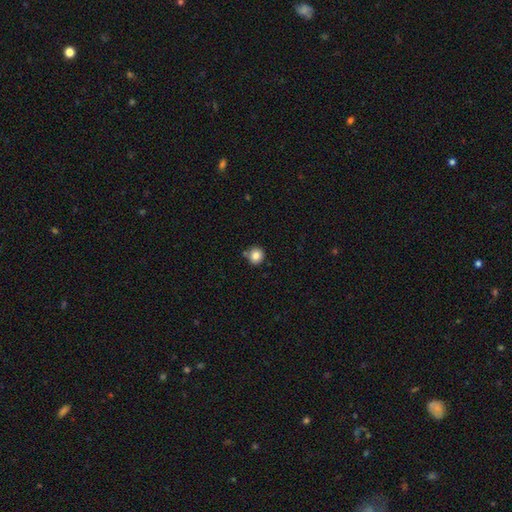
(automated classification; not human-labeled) smooth_or_featured: smooth (p=0.83) [alt: star or artifact p=0.10]
how_rounded: round (p=0.93) [alt: in between p=0.07]
merging: none (p=0.80) [alt: minor disturbance p=0.09]